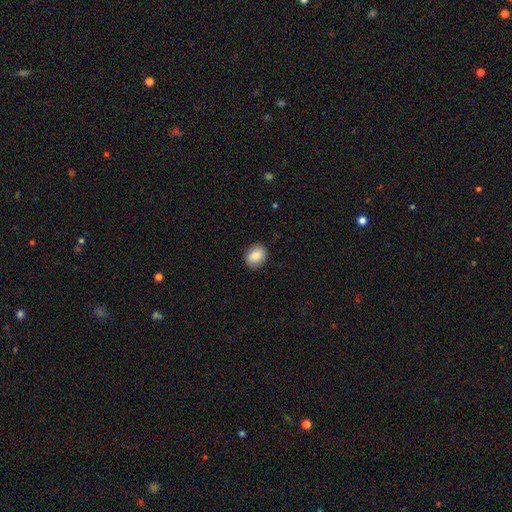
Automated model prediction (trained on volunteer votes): Morphology: type=smooth (85%); roundness=in between (54%); merging=none (87%).